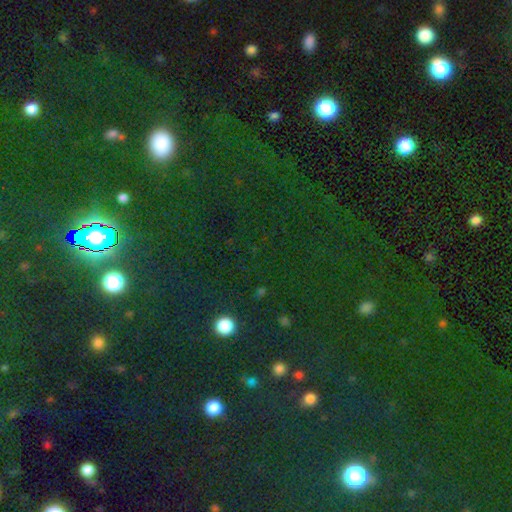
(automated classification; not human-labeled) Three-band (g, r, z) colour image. It shows a star or artifact, not a galaxy (70%).